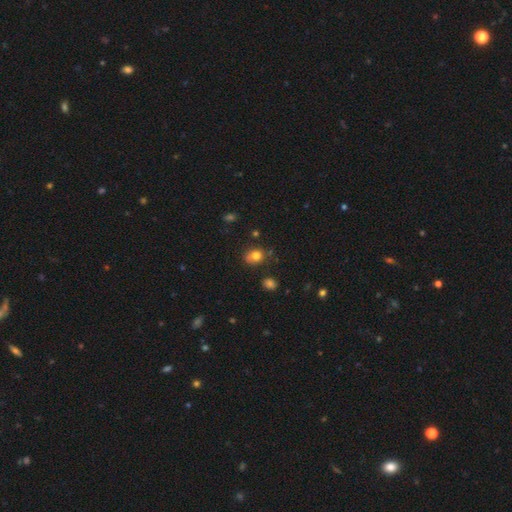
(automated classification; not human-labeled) smooth-or-featured: smooth: 77% | star or artifact: 12% | featured or disk: 11%
  how-rounded: round: 60% | in between: 39% | cigar-shaped: 1%
  merging: none: 63% | minor disturbance: 24% | major disturbance: 7% | merger: 6%